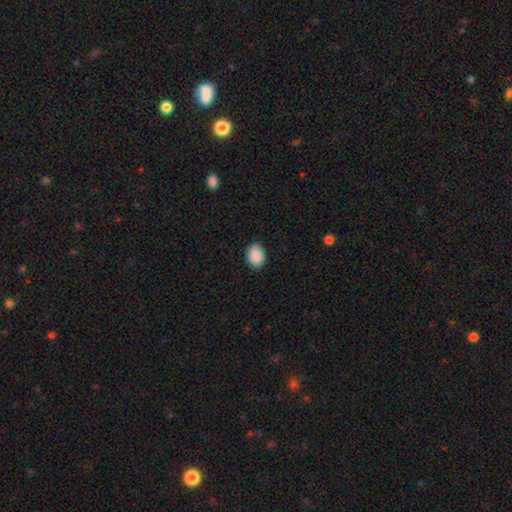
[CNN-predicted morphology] Q: Smooth or featured?
A: smooth (90%); runner-up: star or artifact (7%)
Q: How rounded?
A: in between (74%); runner-up: round (25%)
Q: Merging?
A: none (89%); runner-up: minor disturbance (8%)